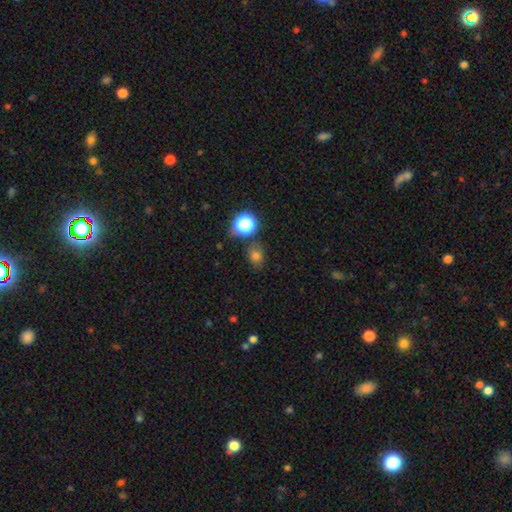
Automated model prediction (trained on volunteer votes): Smooth or featured? Predicted: smooth (p=0.70). How rounded? Predicted: round (p=0.54). Merging? Predicted: none (p=0.74).